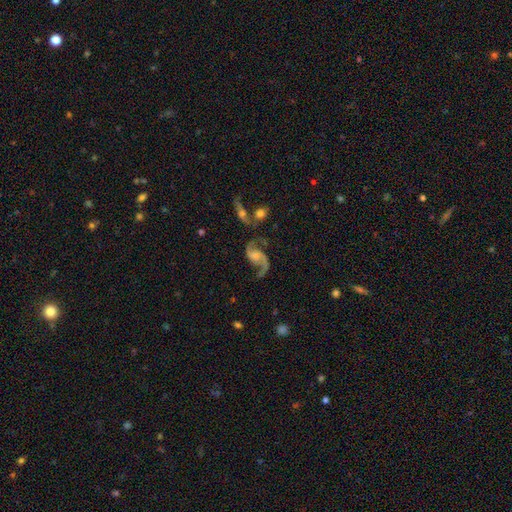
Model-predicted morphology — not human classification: featured or disk 89%, smooth 6%, star or artifact 5%. Down the decision tree: edge-on disk — no (98%); bar — no (54%); spiral arms — yes (97%); spiral arm count — 2 (89%); spiral winding — loose (65%); bulge size — none (31%); merging — none (56%).